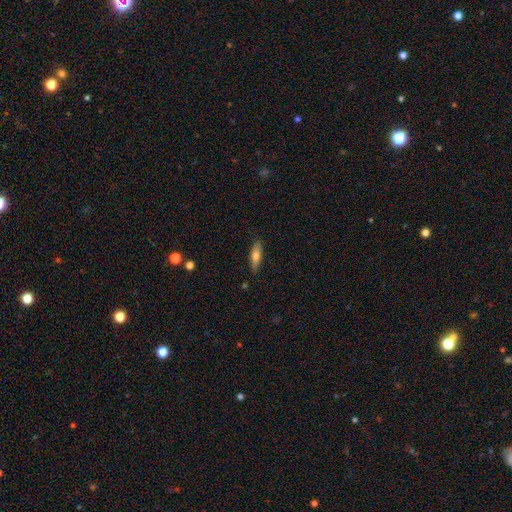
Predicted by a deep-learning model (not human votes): Morphology: type=smooth (62%); roundness=cigar-shaped (60%); merging=none (85%).